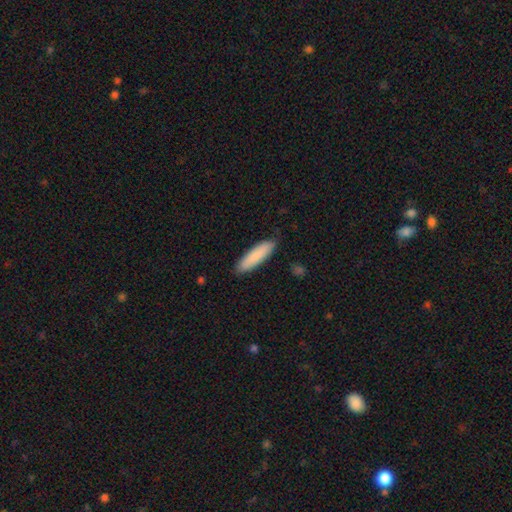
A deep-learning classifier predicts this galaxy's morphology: Smooth or featured? Predicted: smooth (p=0.87). How rounded? Predicted: cigar-shaped (p=0.71). Merging? Predicted: none (p=0.88).